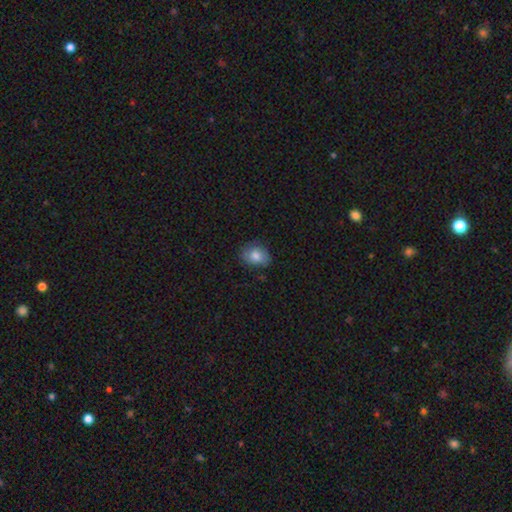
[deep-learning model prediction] This is likely a smooth galaxy (79%). How rounded: likely in between (64%). Merging: likely none (75%).